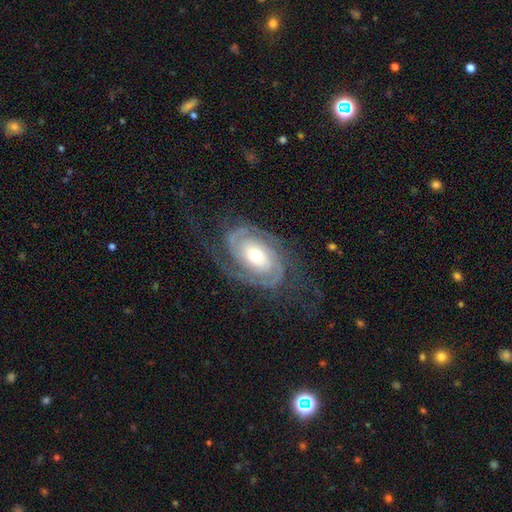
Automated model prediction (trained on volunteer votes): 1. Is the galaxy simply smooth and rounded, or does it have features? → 89% featured or disk, 7% smooth, 5% star or artifact.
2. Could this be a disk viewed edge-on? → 96% no, 4% yes.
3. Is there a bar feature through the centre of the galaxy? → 63% no, 24% weak, 13% strong.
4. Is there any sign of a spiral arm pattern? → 97% yes, 3% no.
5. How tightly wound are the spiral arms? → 64% tight, 29% medium, 8% loose.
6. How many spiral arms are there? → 76% 2, 9% can't tell, 7% 3, 3% 1, 2% 4, 2% more than 4.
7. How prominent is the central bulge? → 60% moderate, 31% small, 7% large, 1% dominant, 1% none.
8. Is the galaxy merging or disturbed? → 71% none, 15% minor disturbance, 12% major disturbance, 1% merger.